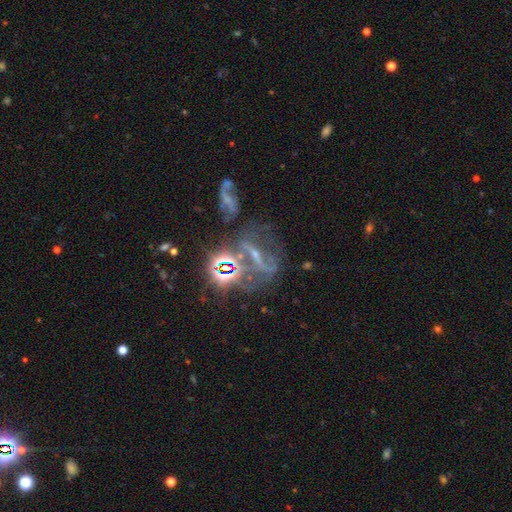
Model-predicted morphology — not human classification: smooth_or_featured: featured or disk (p=0.50) [alt: star or artifact p=0.36]
disk_edge_on: no (p=0.87) [alt: yes p=0.13]
merging: none (p=0.41) [alt: major disturbance p=0.24]